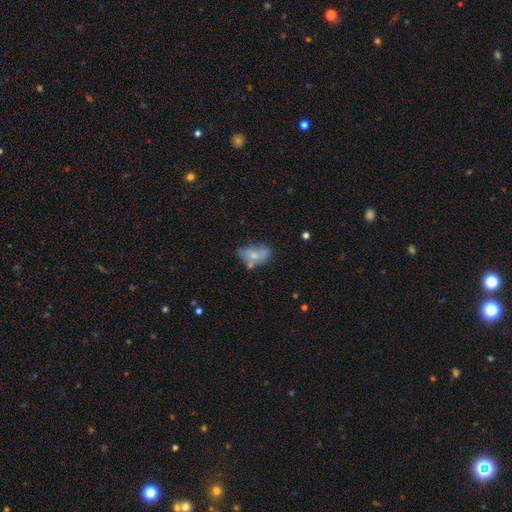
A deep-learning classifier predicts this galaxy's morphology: Smooth or featured? smooth (62%)
How rounded? in between (87%)
Merging? none (40%)